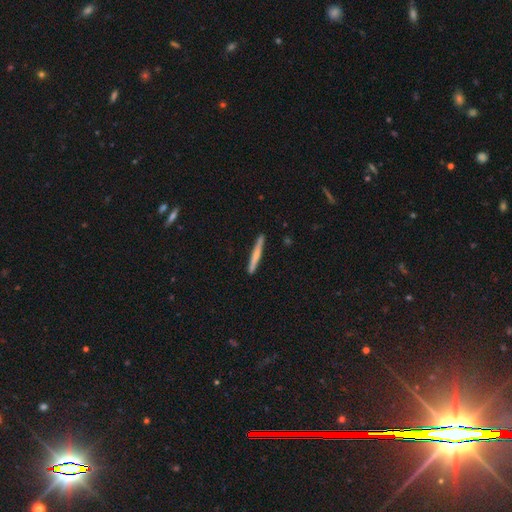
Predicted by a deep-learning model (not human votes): Smooth or featured?
  - smooth: 55% *
  - featured or disk: 40%
  - star or artifact: 5%
How rounded?
  - cigar-shaped: 96% *
  - in between: 2%
  - round: 1%
Merging?
  - none: 90% *
  - minor disturbance: 7%
  - merger: 1%
  - major disturbance: 1%